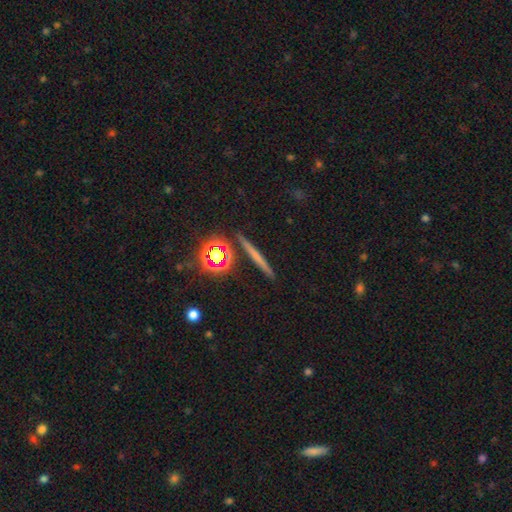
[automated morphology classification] Smooth or featured: smooth — 47% (featured or disk — 33%)
Merging: none — 89% (minor disturbance — 6%)